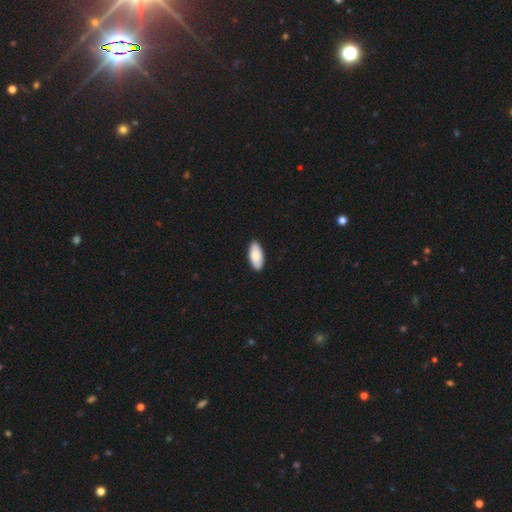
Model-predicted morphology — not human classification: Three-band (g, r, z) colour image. It shows a smooth galaxy with no disk features (84%) that is in between round and cigar-shaped (91%). Merging: none (90%).